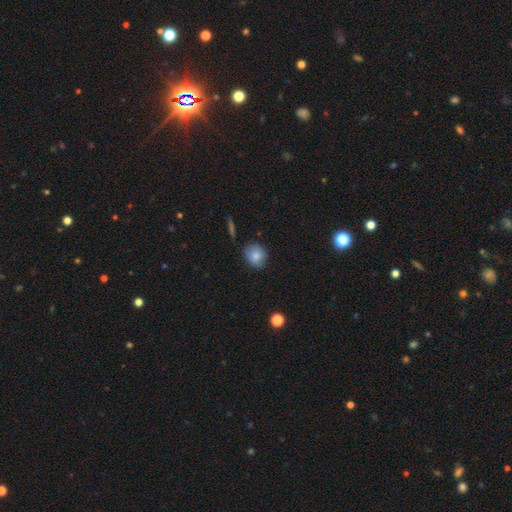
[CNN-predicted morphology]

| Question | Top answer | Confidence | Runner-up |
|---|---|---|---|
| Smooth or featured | smooth | 82% | featured or disk (10%) |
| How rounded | round | 70% | in between (29%) |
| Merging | none | 76% | minor disturbance (19%) |